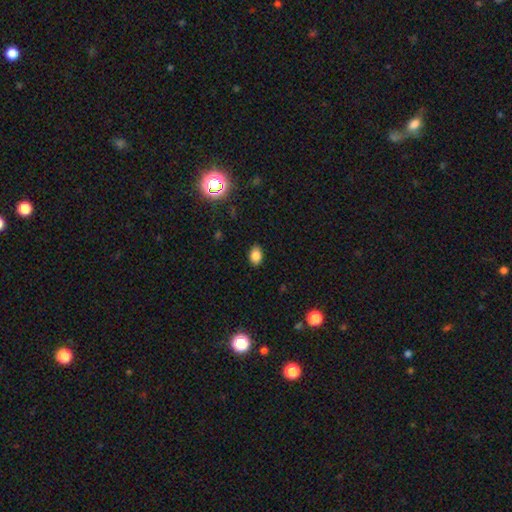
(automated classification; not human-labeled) smooth 84%, star or artifact 11%, featured or disk 5%. Down the decision tree: how rounded — in between (79%); merging — none (87%).